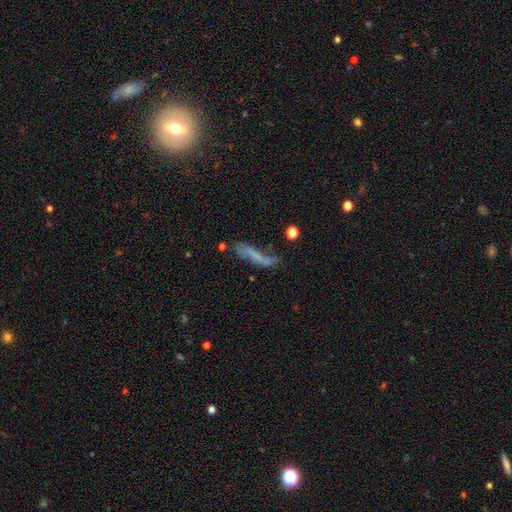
Smooth or featured?
  - smooth: 59% *
  - featured or disk: 31%
  - star or artifact: 10%
How rounded?
  - cigar-shaped: 87% *
  - round: 9%
  - in between: 4%
Merging?
  - none: 49% *
  - minor disturbance: 23%
  - major disturbance: 14%
  - merger: 14%